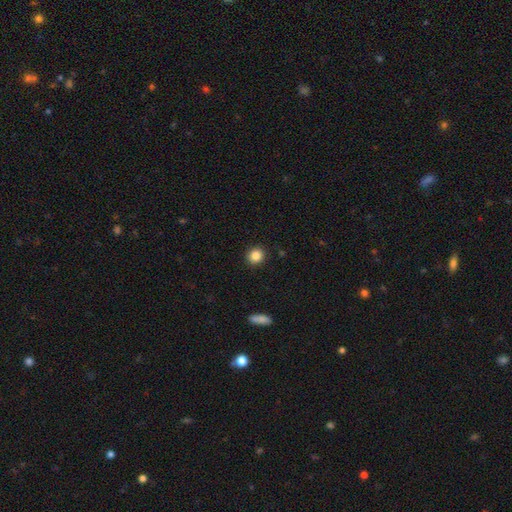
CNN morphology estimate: This is clearly a smooth galaxy (86%). How rounded: clearly round (87%). Merging: clearly none (91%).